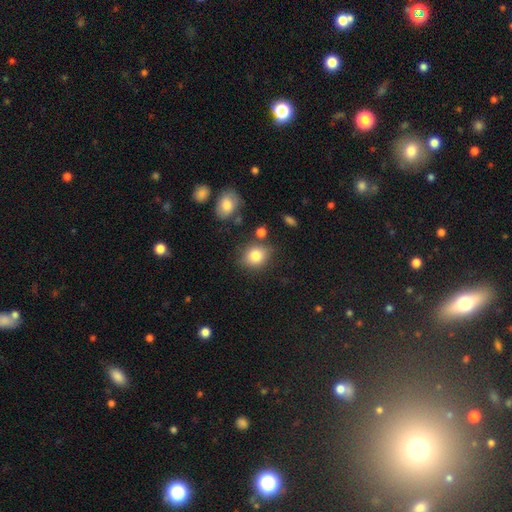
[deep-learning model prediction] Smooth or featured? Predicted: smooth (p=0.81). How rounded? Predicted: round (p=0.59). Merging? Predicted: none (p=0.75).